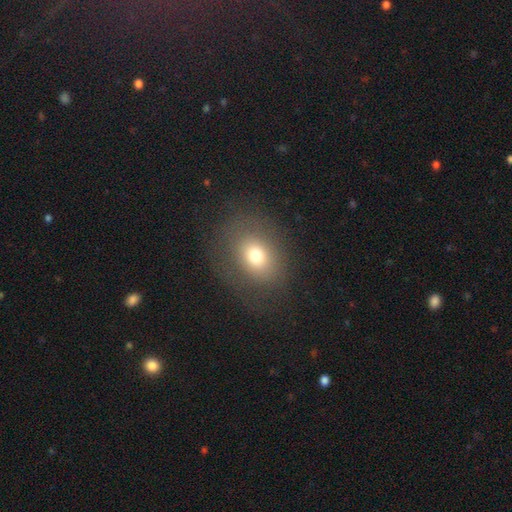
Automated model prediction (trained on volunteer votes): smooth_or_featured: smooth (p=0.72) [alt: featured or disk p=0.15]
how_rounded: in between (p=0.56) [alt: round p=0.43]
merging: none (p=0.75) [alt: minor disturbance p=0.14]